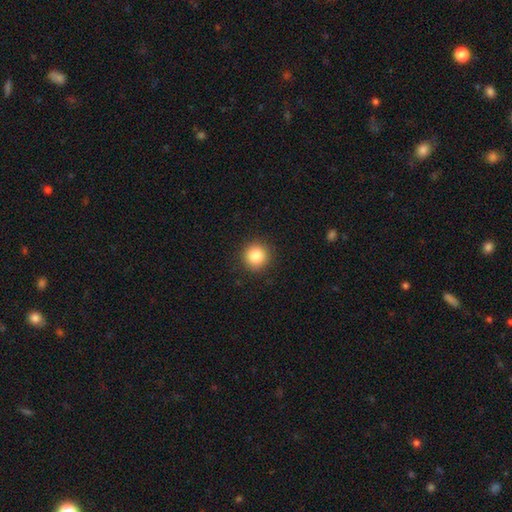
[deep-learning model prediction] smooth 85%, star or artifact 10%, featured or disk 5%. Down the decision tree: how rounded — round (94%); merging — none (91%).